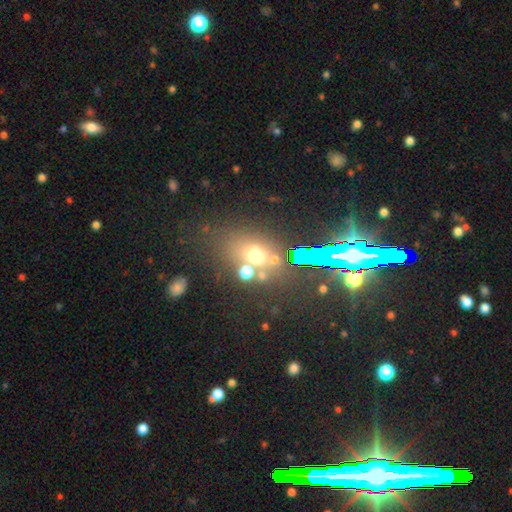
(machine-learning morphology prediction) This is possibly a smooth galaxy (56%). How rounded: possibly in between (54%). Merging: likely none (60%).